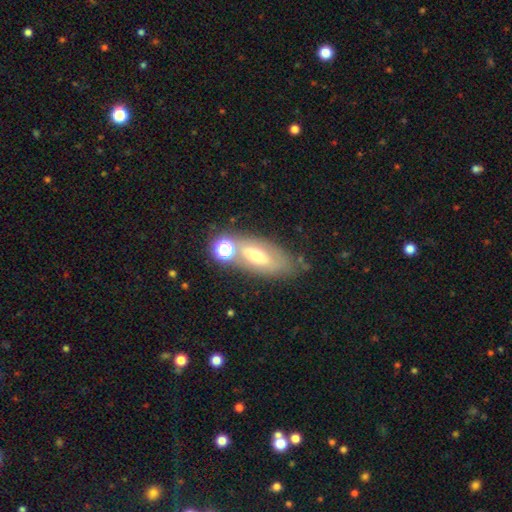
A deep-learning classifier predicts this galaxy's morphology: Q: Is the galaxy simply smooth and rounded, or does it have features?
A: featured or disk — 47%.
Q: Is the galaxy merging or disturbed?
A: none — 54%.